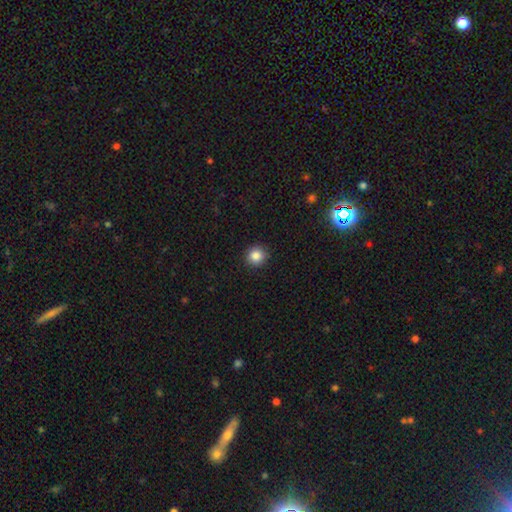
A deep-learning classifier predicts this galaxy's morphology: Smooth or featured? smooth (85%)
How rounded? round (93%)
Merging? none (92%)